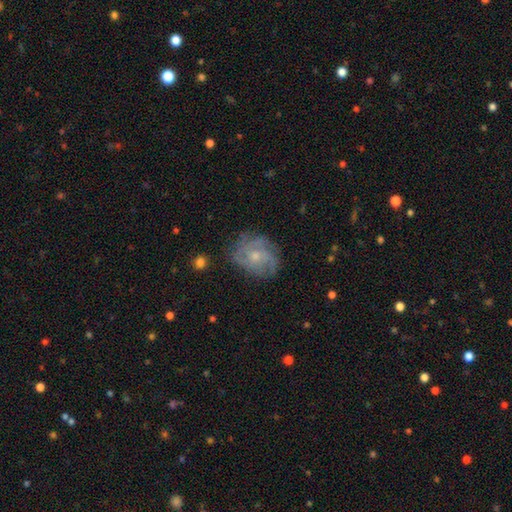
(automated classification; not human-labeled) The model was most divided on "spiral arm count": can't tell: 30%, 3: 26%, 4: 19%, 2: 13%, more than 4: 6%, 1: 6%. Remaining: edge-on disk — no (98%); spiral arms — yes (91%); smooth or featured — featured or disk (76%); bar — no (75%); merging — none (72%); bulge size — small (53%); spiral winding — tight (47%).